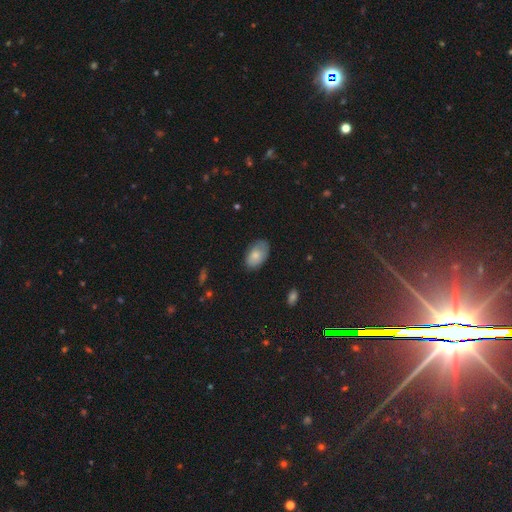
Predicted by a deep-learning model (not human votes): smooth 76%, featured or disk 17%, star or artifact 7%. Down the decision tree: how rounded — in between (92%); merging — none (73%).